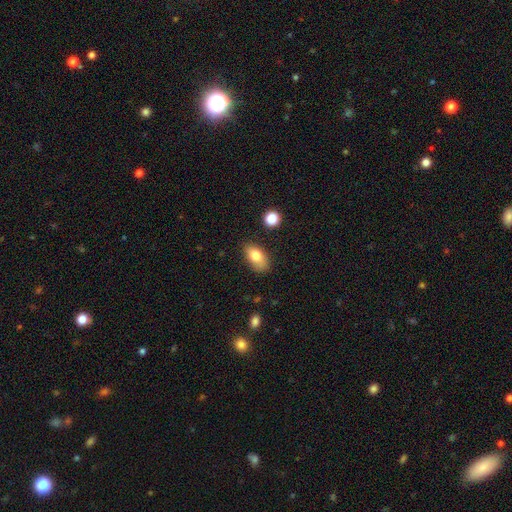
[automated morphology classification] Smooth or featured?
  - smooth: 80% *
  - featured or disk: 12%
  - star or artifact: 8%
How rounded?
  - in between: 91% *
  - round: 6%
  - cigar-shaped: 3%
Merging?
  - none: 77% *
  - minor disturbance: 17%
  - major disturbance: 4%
  - merger: 2%